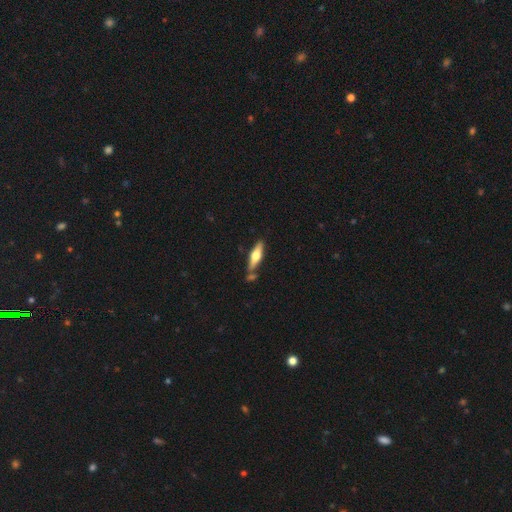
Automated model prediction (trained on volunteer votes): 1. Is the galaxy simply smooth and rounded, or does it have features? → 51% featured or disk, 43% smooth, 6% star or artifact.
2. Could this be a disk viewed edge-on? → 92% yes, 8% no.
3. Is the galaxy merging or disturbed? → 73% none, 13% minor disturbance, 11% merger, 3% major disturbance.